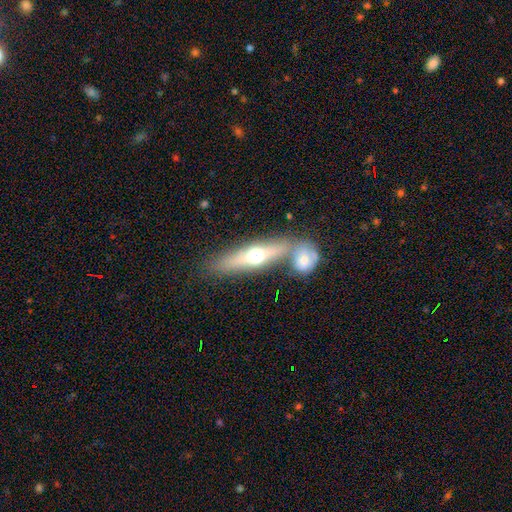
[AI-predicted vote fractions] The model was most divided on "smooth or featured": featured or disk: 51%, smooth: 42%, star or artifact: 7%. More confident: edge-on disk — yes (82%); merging — none (56%).